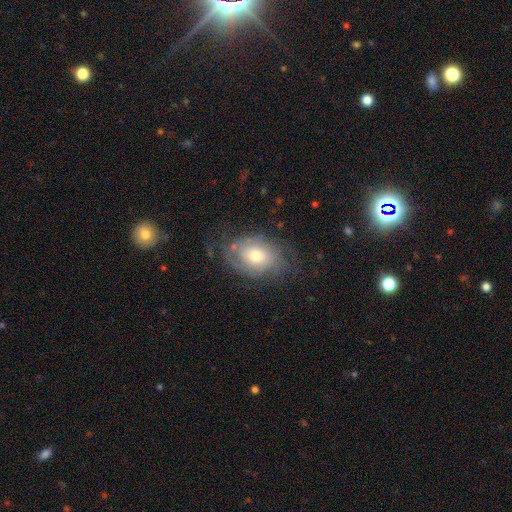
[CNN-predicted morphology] Q: Smooth or featured?
A: featured or disk (57%); runner-up: smooth (35%)
Q: Edge-on disk?
A: no (94%); runner-up: yes (6%)
Q: Bar?
A: no (80%); runner-up: weak (17%)
Q: Spiral arms?
A: yes (73%); runner-up: no (27%)
Q: Bulge size?
A: moderate (60%); runner-up: small (28%)
Q: Merging?
A: none (62%); runner-up: minor disturbance (23%)